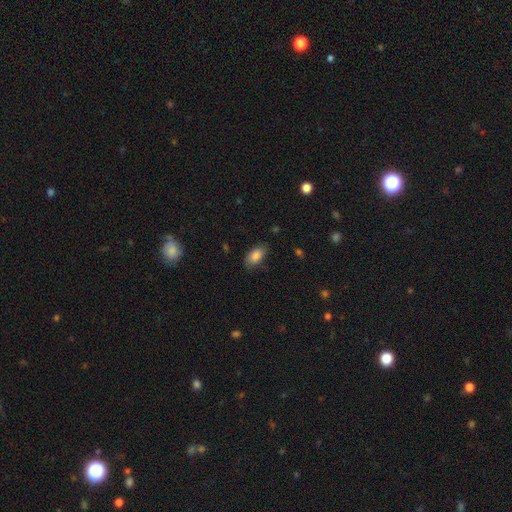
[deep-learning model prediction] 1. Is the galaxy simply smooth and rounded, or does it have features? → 82% smooth, 10% featured or disk, 7% star or artifact.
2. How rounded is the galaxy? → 93% in between, 4% round, 4% cigar-shaped.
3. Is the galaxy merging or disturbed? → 79% none, 17% minor disturbance, 3% major disturbance, 1% merger.